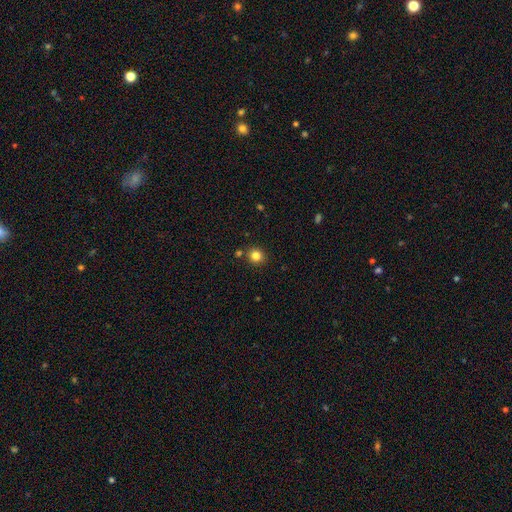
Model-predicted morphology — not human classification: smooth-or-featured: smooth: 82% | star or artifact: 12% | featured or disk: 5%
  how-rounded: round: 88% | in between: 11% | cigar-shaped: 1%
  merging: none: 84% | minor disturbance: 8% | merger: 6% | major disturbance: 2%